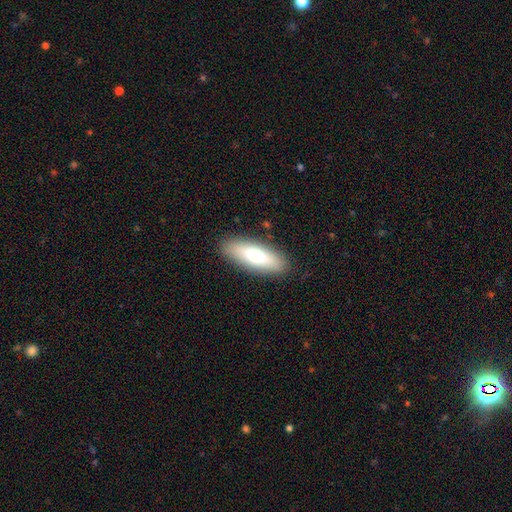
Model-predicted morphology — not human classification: Smooth or featured? Predicted: smooth (p=0.70). How rounded? Predicted: in between (p=0.59). Merging? Predicted: none (p=0.88).